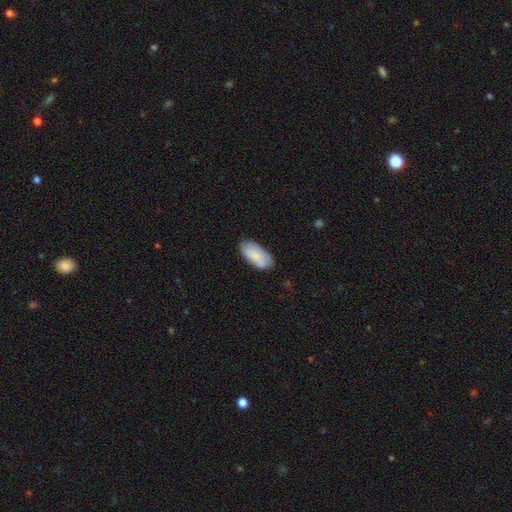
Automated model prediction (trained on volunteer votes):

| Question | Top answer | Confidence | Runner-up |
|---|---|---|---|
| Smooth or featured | smooth | 74% | featured or disk (20%) |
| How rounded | in between | 92% | cigar-shaped (6%) |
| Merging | none | 70% | minor disturbance (23%) |